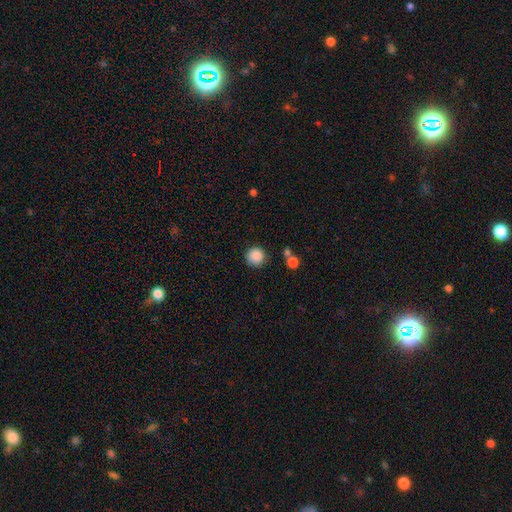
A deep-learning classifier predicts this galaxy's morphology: Smooth or featured? Predicted: smooth (p=0.88). How rounded? Predicted: round (p=0.95). Merging? Predicted: none (p=0.84).